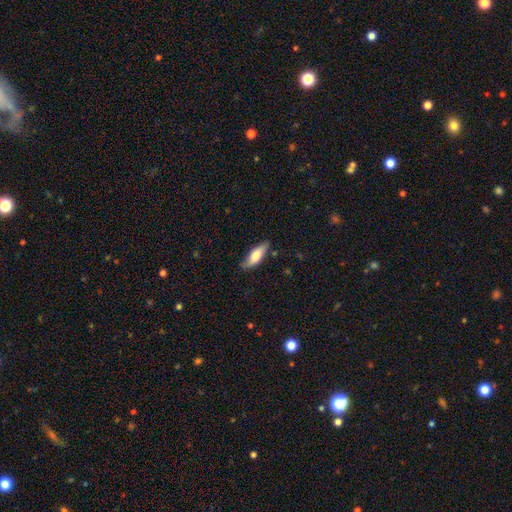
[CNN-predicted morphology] Smooth or featured? Predicted: smooth (p=0.69). How rounded? Predicted: in between (p=0.62). Merging? Predicted: none (p=0.75).